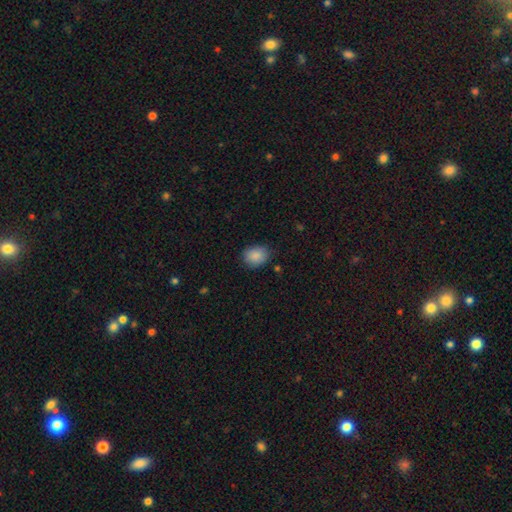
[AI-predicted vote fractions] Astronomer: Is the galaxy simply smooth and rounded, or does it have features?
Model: smooth — 88%.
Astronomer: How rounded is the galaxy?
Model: in between — 52% (runner-up: round, 47%).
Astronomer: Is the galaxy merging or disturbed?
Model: none — 80%.